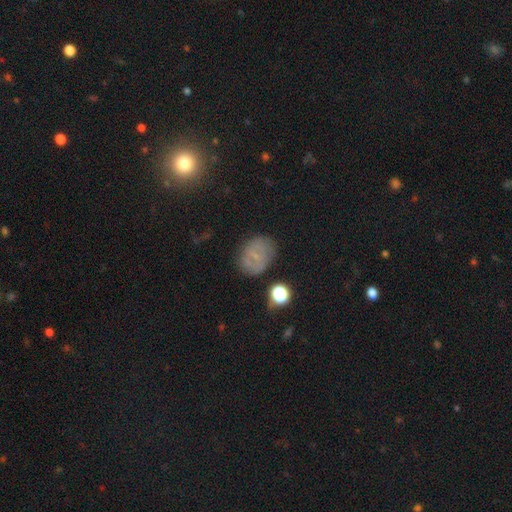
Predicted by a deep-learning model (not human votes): A smooth galaxy with no disk features (56%) that is in between round and cigar-shaped (58%).

Vote fractions:
- Smooth or featured? smooth: 56% / featured or disk: 27% / star or artifact: 17%
- How rounded? in between: 58% / round: 41% / cigar-shaped: 1%
- Merging? none: 73% / minor disturbance: 17% / major disturbance: 6% / merger: 4%